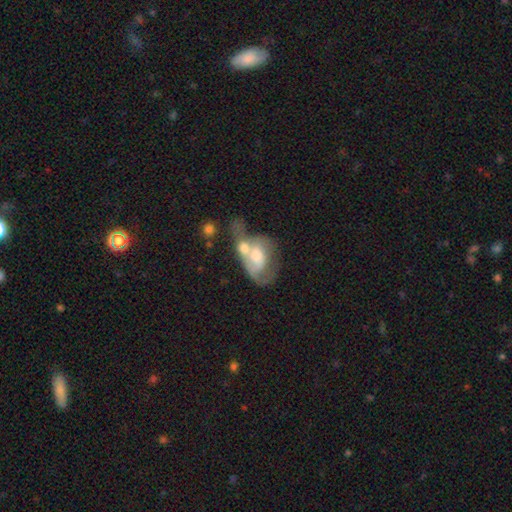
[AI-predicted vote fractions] This appears to be a featured or disk galaxy (53%) with no bar (70%), spiral arms (53%) and a moderate central bulge (51%). Merging: merger (59%).